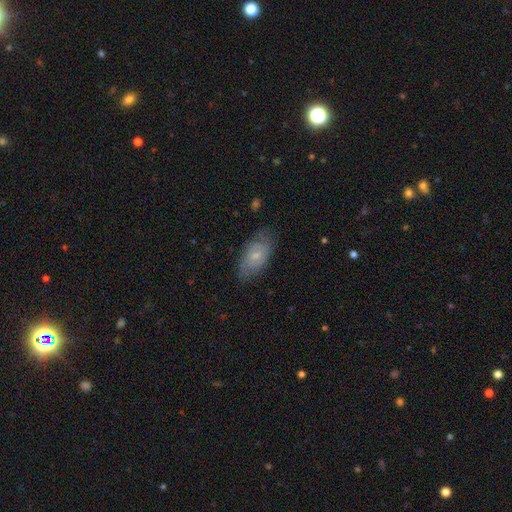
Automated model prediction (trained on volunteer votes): This is possibly a smooth galaxy (53%). How rounded: clearly in between (90%). Merging: likely none (72%).